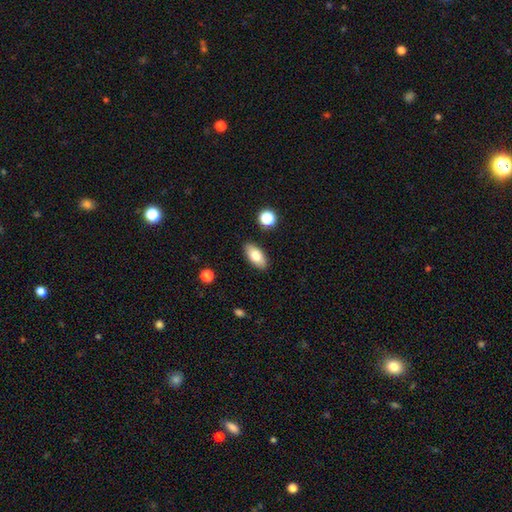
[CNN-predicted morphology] smooth_or_featured: smooth (p=0.77) [alt: featured or disk p=0.16]
how_rounded: in between (p=0.89) [alt: cigar-shaped p=0.07]
merging: none (p=0.88) [alt: minor disturbance p=0.08]